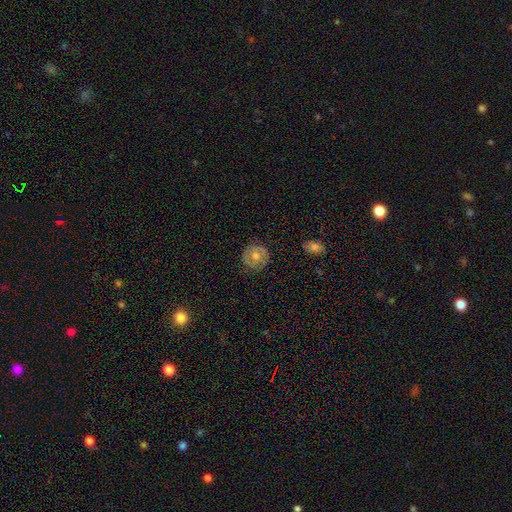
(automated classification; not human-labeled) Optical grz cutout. It shows a featured or disk galaxy (55%) with no bar (73%), spiral arms (60%) and a moderate central bulge (69%). Merging: none (85%).